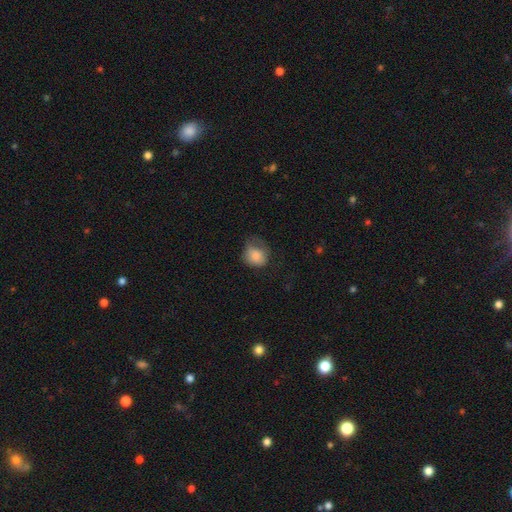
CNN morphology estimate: Smooth or featured: smooth — 82% (featured or disk — 10%)
How rounded: round — 61% (in between — 38%)
Merging: none — 38% (minor disturbance — 34%)